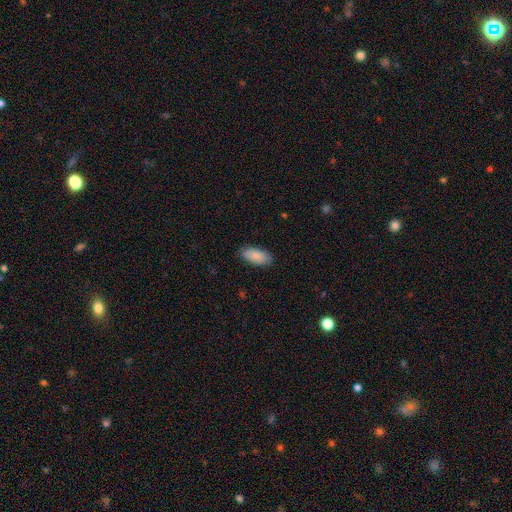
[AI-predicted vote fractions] The model was most divided on "merging": none: 84%, minor disturbance: 12%, major disturbance: 2%, merger: 1%. More confident: how rounded — in between (91%); smooth or featured — smooth (87%).